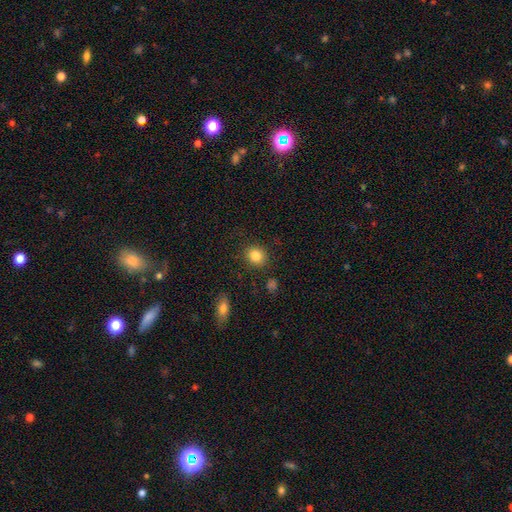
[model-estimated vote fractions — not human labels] Smooth or featured: smooth — 84% (star or artifact — 10%)
How rounded: round — 77% (in between — 22%)
Merging: none — 87% (minor disturbance — 8%)